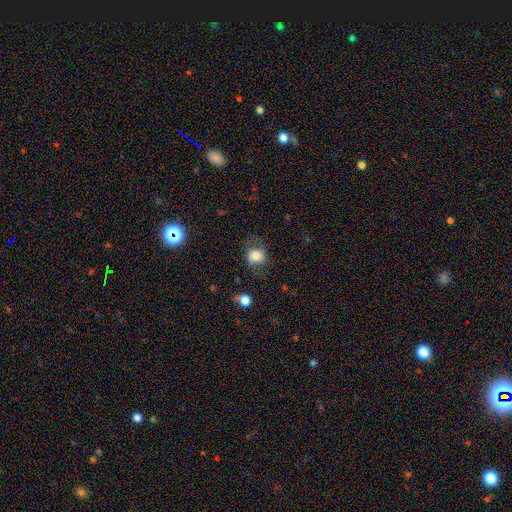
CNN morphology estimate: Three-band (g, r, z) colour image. It shows a smooth galaxy with no disk features (74%) that is round (70%). Merging: none (64%).